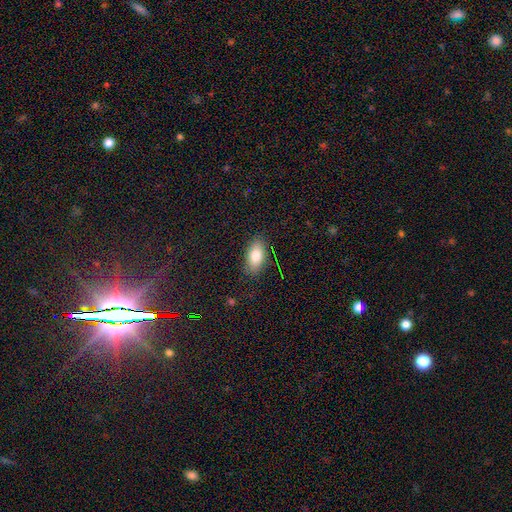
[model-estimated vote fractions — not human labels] This appears to be a smooth galaxy with no disk features (80%) that is in between round and cigar-shaped (90%). Merging: none (85%).